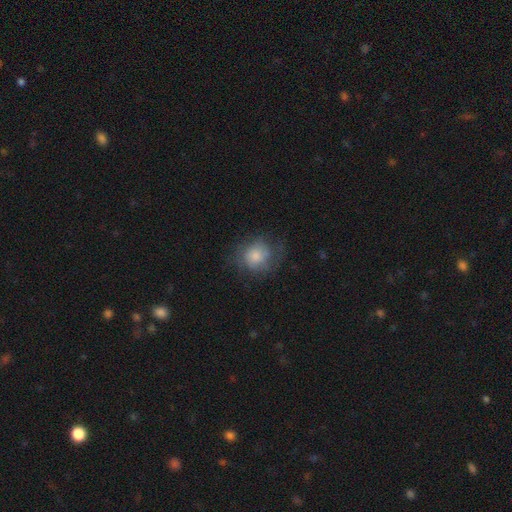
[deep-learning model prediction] Smooth or featured?
  - smooth: 68% *
  - featured or disk: 23%
  - star or artifact: 9%
How rounded?
  - round: 78% *
  - in between: 21%
  - cigar-shaped: 1%
Merging?
  - none: 57% *
  - minor disturbance: 25%
  - major disturbance: 17%
  - merger: 1%